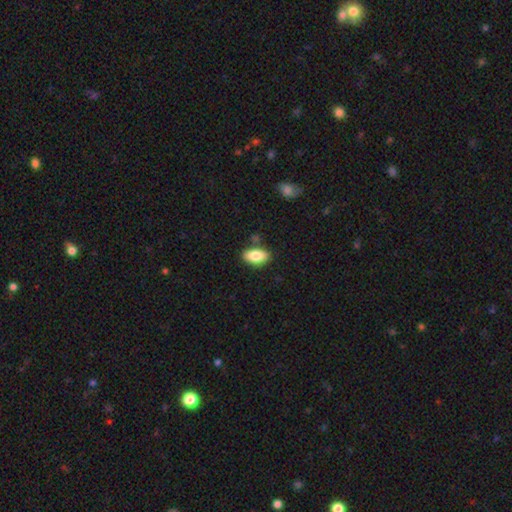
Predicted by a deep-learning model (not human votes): Smooth or featured: smooth — 83% (featured or disk — 10%)
How rounded: in between — 90% (cigar-shaped — 6%)
Merging: none — 82% (minor disturbance — 11%)